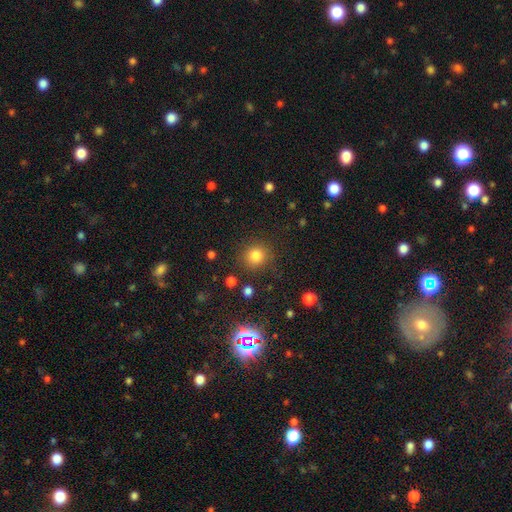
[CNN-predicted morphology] Smooth or featured?
  - smooth: 82% *
  - star or artifact: 13%
  - featured or disk: 5%
How rounded?
  - round: 89% *
  - in between: 10%
  - cigar-shaped: 1%
Merging?
  - none: 85% *
  - minor disturbance: 9%
  - major disturbance: 4%
  - merger: 3%